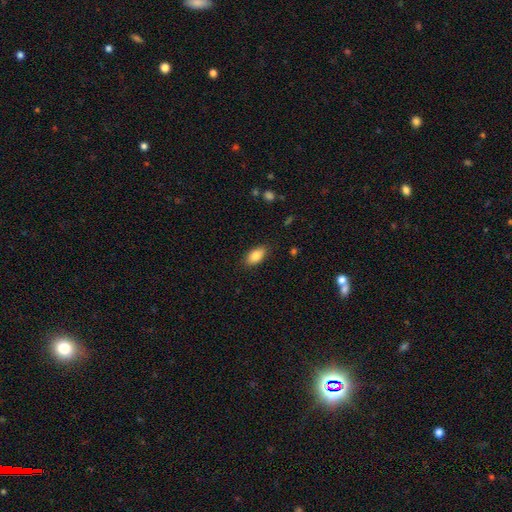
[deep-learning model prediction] Smooth or featured: smooth — 83% (featured or disk — 10%)
How rounded: in between — 91% (cigar-shaped — 5%)
Merging: none — 86% (minor disturbance — 10%)